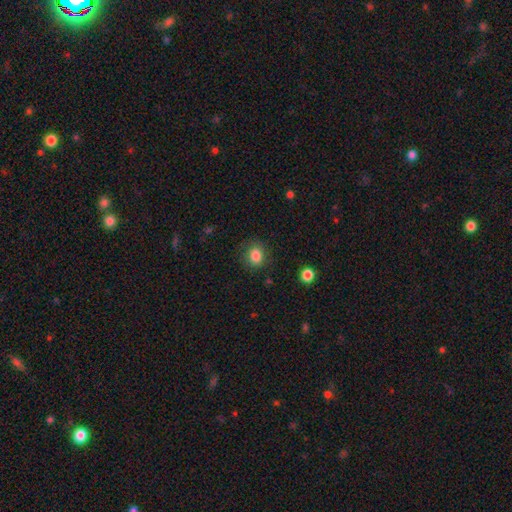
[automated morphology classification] Overall: smooth (84%). How rounded: round (55%; in between 44%). Merging: none (81%).